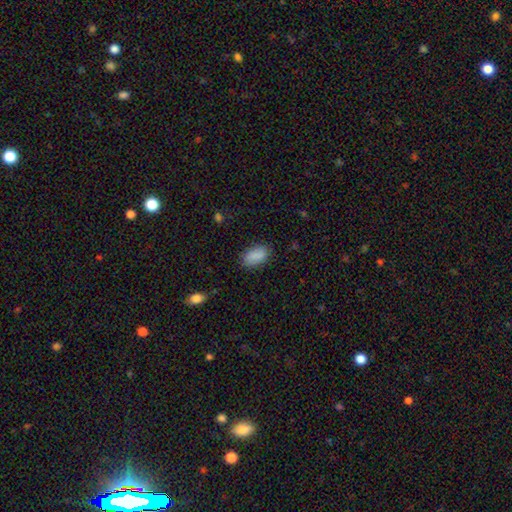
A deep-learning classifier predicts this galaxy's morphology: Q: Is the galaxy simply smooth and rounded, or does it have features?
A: smooth — 88%.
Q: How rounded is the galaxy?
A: in between — 93%.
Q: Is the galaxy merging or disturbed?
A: none — 82%.